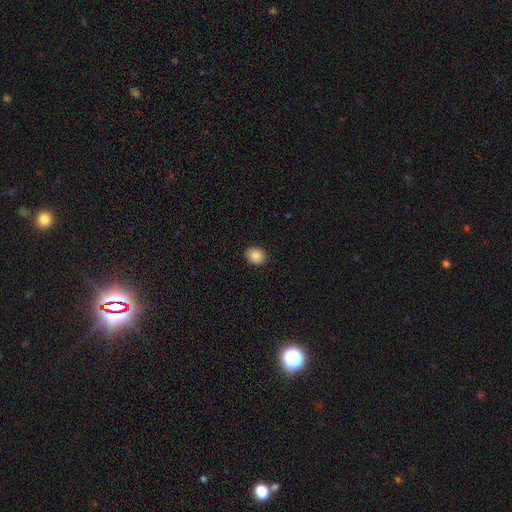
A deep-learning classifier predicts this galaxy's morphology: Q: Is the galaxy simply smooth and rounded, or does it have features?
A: smooth — 87%.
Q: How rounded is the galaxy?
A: round — 56%.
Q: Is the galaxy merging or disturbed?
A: none — 90%.